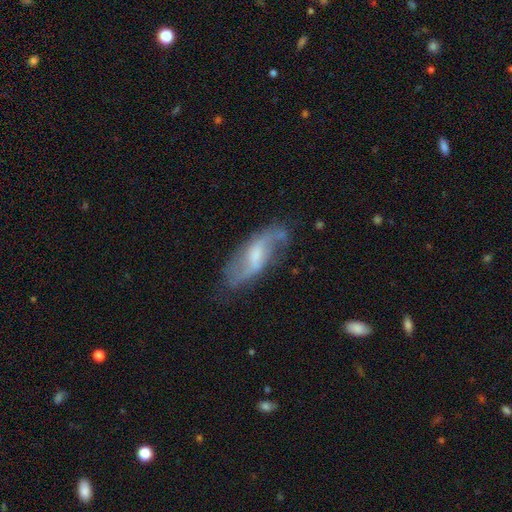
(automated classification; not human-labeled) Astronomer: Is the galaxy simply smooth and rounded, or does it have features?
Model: featured or disk — 73%.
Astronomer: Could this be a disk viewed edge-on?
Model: no — 90%.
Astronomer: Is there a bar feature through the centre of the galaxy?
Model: weak — 54%.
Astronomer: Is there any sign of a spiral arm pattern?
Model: yes — 87%.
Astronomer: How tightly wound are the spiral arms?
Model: loose — 59%.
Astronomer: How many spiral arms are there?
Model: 2 — 81%.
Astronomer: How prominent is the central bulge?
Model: moderate — 40% (runner-up: small, 37%).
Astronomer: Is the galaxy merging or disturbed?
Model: none — 64%.